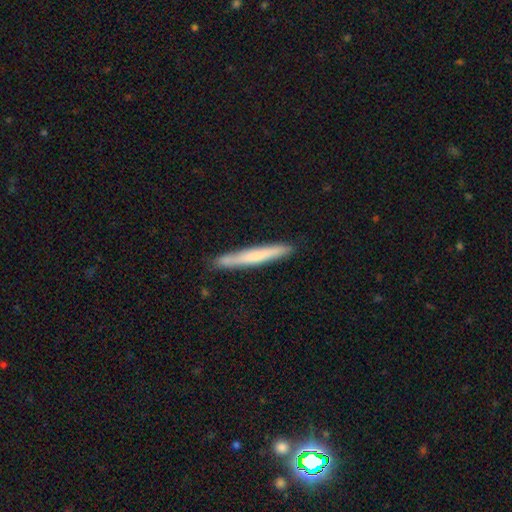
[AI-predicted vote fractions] A smooth galaxy with no disk features (62%) that is cigar-shaped (96%).

Vote fractions:
- Smooth or featured? smooth: 62% / featured or disk: 32% / star or artifact: 5%
- How rounded? cigar-shaped: 96% / in between: 3% / round: 1%
- Merging? none: 87% / minor disturbance: 10% / merger: 2% / major disturbance: 1%